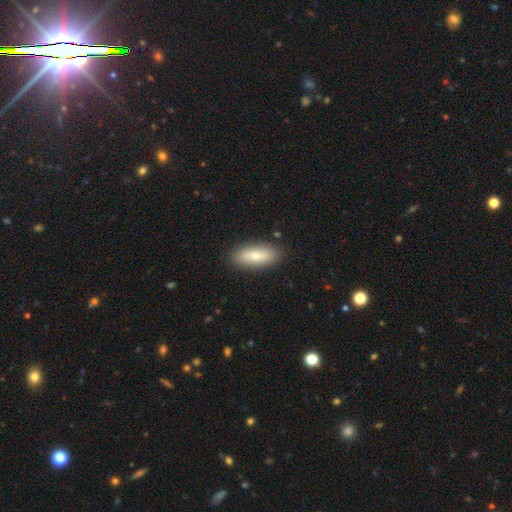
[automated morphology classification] Q: Smooth or featured?
A: smooth (71%); runner-up: featured or disk (23%)
Q: How rounded?
A: in between (74%); runner-up: cigar-shaped (23%)
Q: Merging?
A: none (86%); runner-up: minor disturbance (10%)